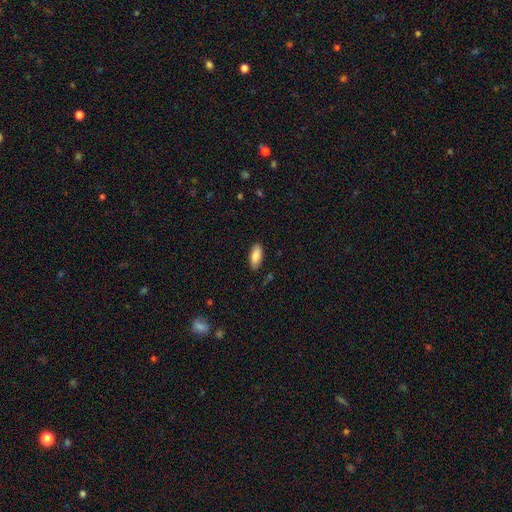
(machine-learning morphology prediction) smooth 86%, featured or disk 8%, star or artifact 6%. Down the decision tree: how rounded — in between (84%); merging — none (86%).